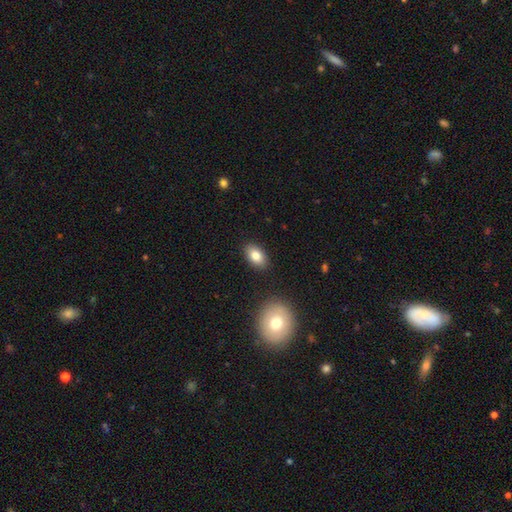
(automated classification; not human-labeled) smooth-or-featured: smooth: 82% | featured or disk: 10% | star or artifact: 8%
  how-rounded: in between: 90% | round: 8% | cigar-shaped: 2%
  merging: none: 87% | minor disturbance: 9% | major disturbance: 2% | merger: 2%